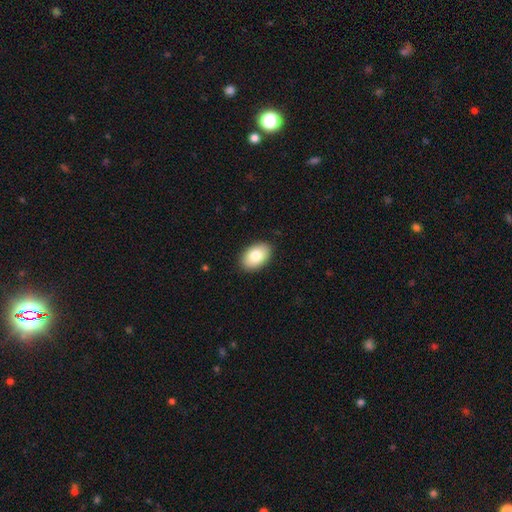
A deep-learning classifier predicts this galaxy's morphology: This is clearly a smooth galaxy (81%). How rounded: clearly in between (90%). Merging: clearly none (89%).